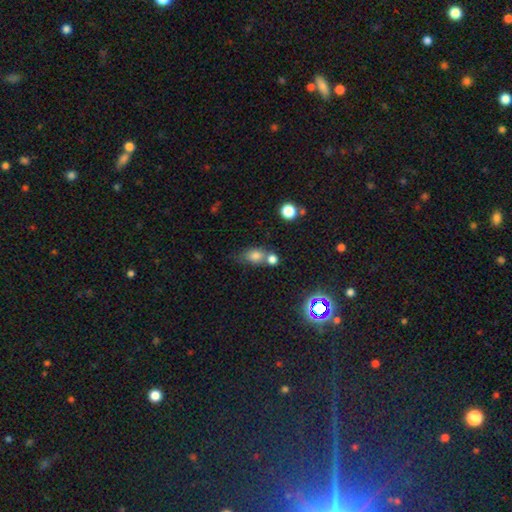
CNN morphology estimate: Smooth or featured? smooth (75%)
How rounded? in between (62%)
Merging? none (45%)